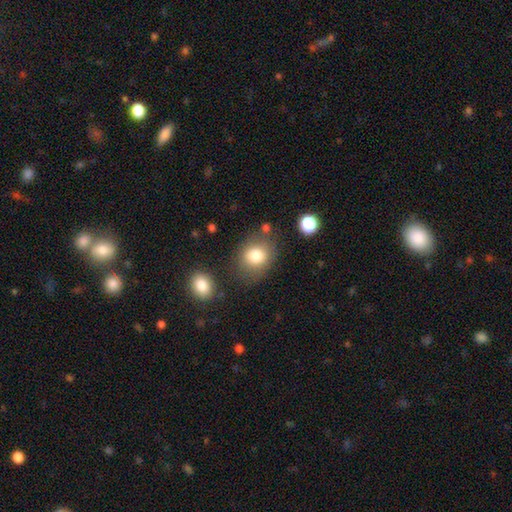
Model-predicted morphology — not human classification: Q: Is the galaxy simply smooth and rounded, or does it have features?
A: smooth — 81%.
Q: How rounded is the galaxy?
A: round — 62%.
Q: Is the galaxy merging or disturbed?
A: none — 72%.